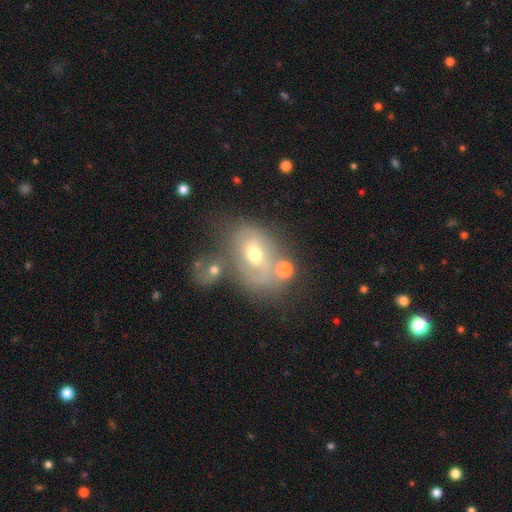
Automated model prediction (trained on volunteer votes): smooth-or-featured: featured or disk: 52% | smooth: 36% | star or artifact: 12%
  disk-edge-on: no: 94% | yes: 6%
  merging: none: 42% | merger: 25% | minor disturbance: 20% | major disturbance: 13%